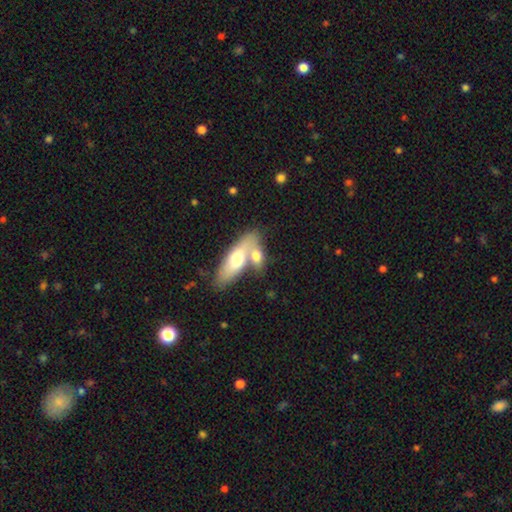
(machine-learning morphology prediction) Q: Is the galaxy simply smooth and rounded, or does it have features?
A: smooth — 67%.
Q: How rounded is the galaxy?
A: in between — 69%.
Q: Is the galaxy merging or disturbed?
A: merger — 57%.